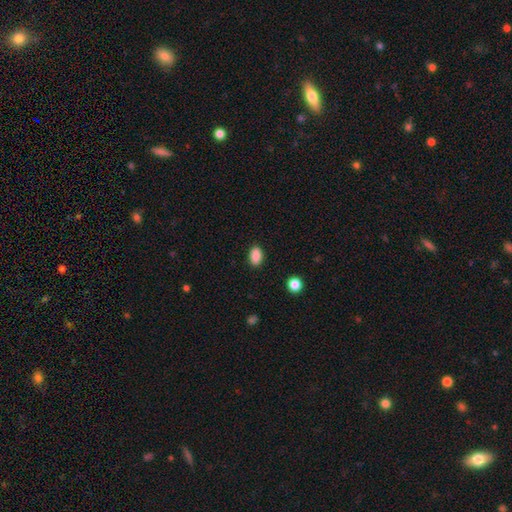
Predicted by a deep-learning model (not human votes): This is clearly a smooth galaxy (89%). How rounded: clearly in between (88%). Merging: clearly none (88%).